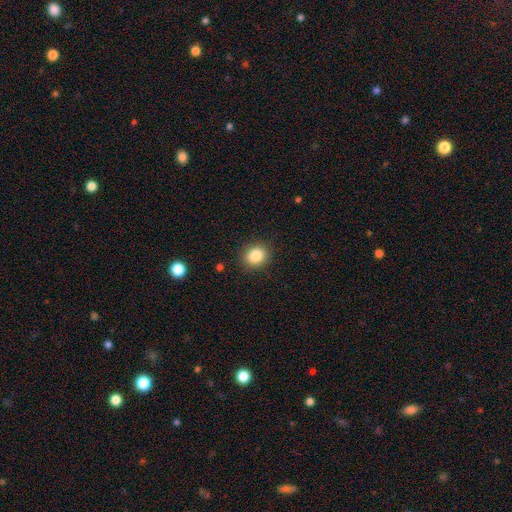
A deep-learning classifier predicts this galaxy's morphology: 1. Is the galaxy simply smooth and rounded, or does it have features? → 85% smooth, 10% star or artifact, 5% featured or disk.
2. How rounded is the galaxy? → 71% round, 28% in between, 1% cigar-shaped.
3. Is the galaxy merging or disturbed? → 88% none, 8% minor disturbance, 2% major disturbance, 1% merger.